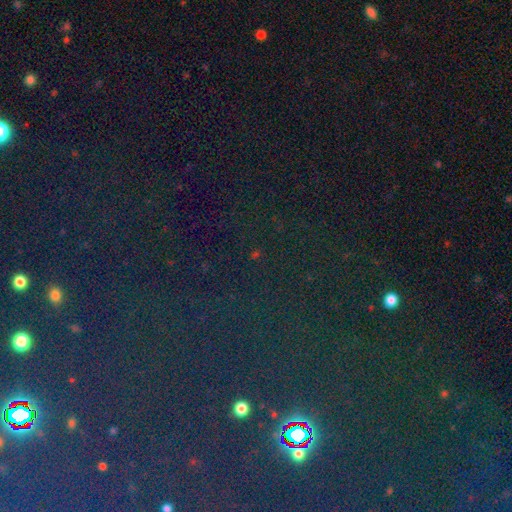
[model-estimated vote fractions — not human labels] This is clearly a star or artifact rather than a galaxy (83%).